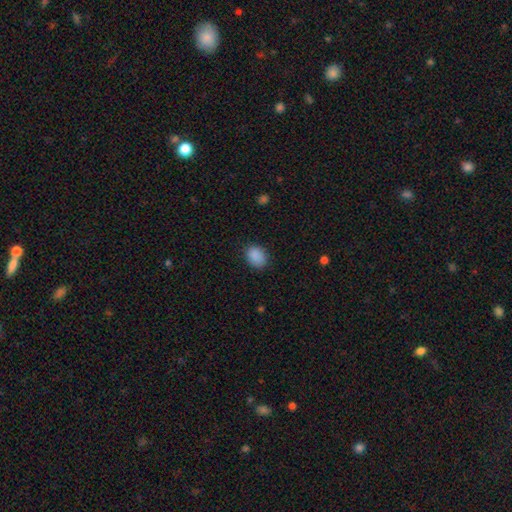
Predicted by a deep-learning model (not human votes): smooth_or_featured: smooth (p=0.88) [alt: star or artifact p=0.09]
how_rounded: in between (p=0.65) [alt: round p=0.34]
merging: none (p=0.83) [alt: minor disturbance p=0.13]